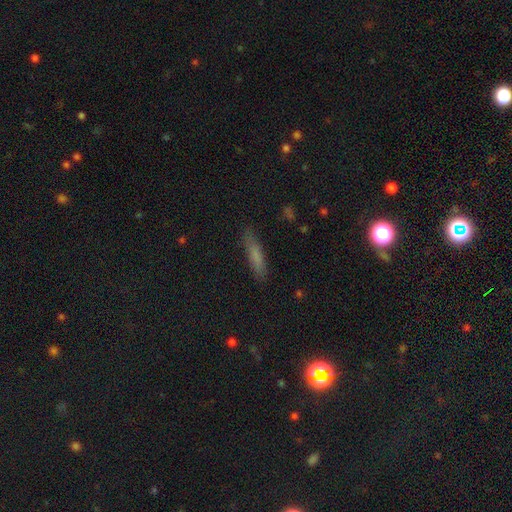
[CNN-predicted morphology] The model was most divided on "smooth or featured": smooth: 73%, featured or disk: 17%, star or artifact: 10%. More confident: merging — none (84%); how rounded — cigar-shaped (83%).